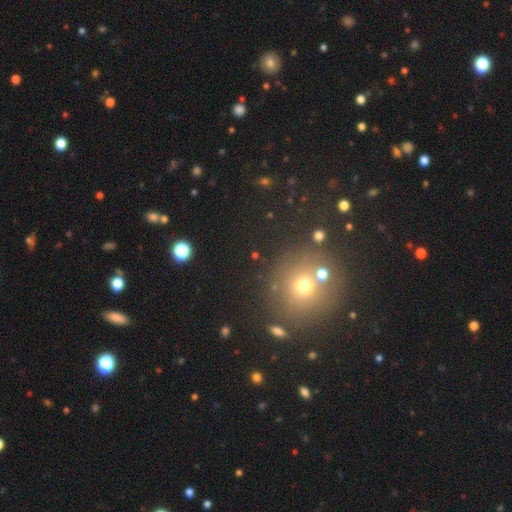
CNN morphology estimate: This is possibly a smooth galaxy (55%). How rounded: clearly round (85%). Merging: likely none (78%).